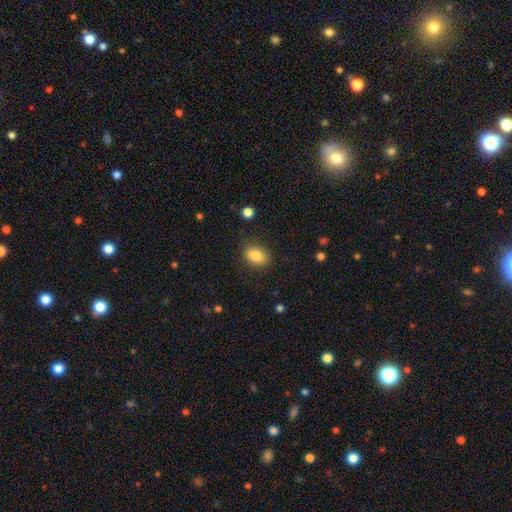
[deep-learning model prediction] Morphology: type=smooth (85%); roundness=in between (80%); merging=none (85%).